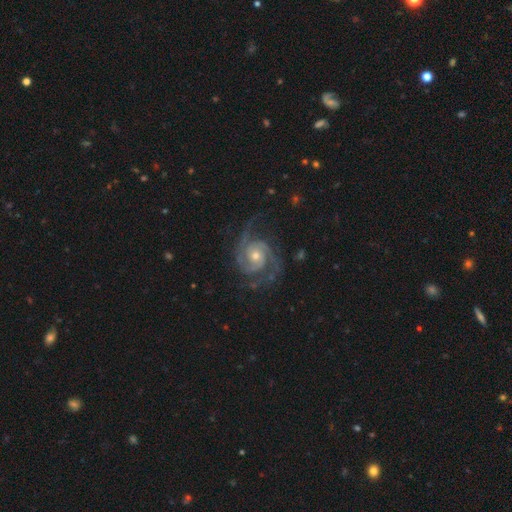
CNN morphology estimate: Overall: featured or disk (93%). Edge-on disk: no (98%). Bar: no (71%). Spiral arms: yes (99%). Spiral arm count: 2 (71%). Spiral winding: medium (47%; tight 44%). Bulge size: moderate (49%; small 47%). Merging: none (75%).